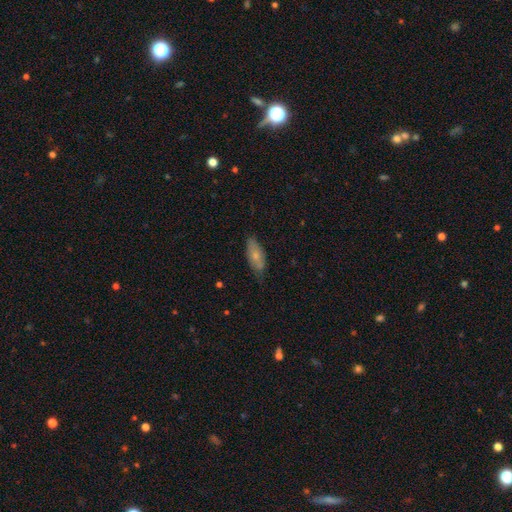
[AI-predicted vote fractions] Morphology: type=smooth (66%); roundness=in between (76%); merging=none (71%).